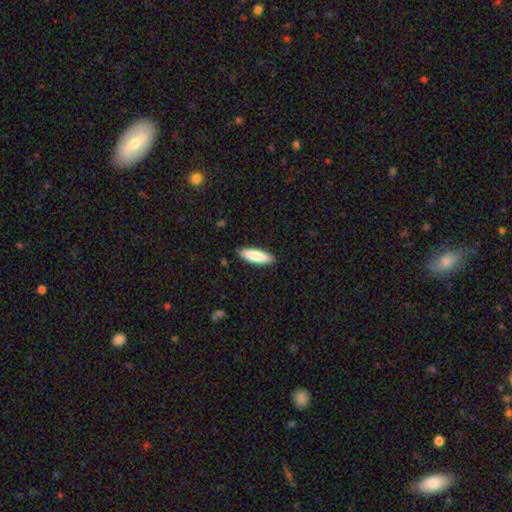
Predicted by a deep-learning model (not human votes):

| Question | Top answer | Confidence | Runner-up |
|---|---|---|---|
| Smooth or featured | smooth | 86% | featured or disk (9%) |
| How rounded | cigar-shaped | 56% | in between (43%) |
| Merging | none | 89% | minor disturbance (8%) |